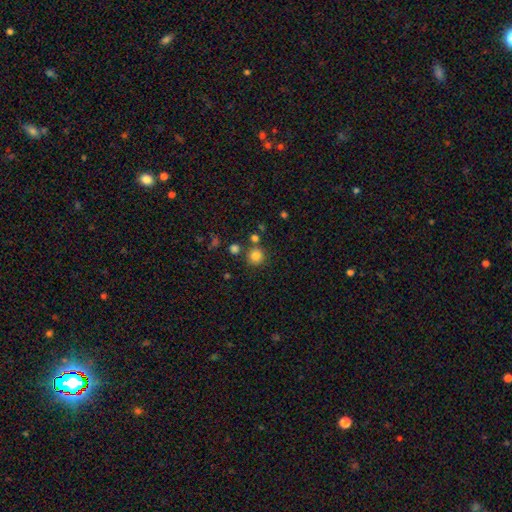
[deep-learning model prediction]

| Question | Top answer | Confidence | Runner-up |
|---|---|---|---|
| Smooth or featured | smooth | 81% | star or artifact (13%) |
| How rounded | round | 94% | in between (5%) |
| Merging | none | 79% | merger (10%) |